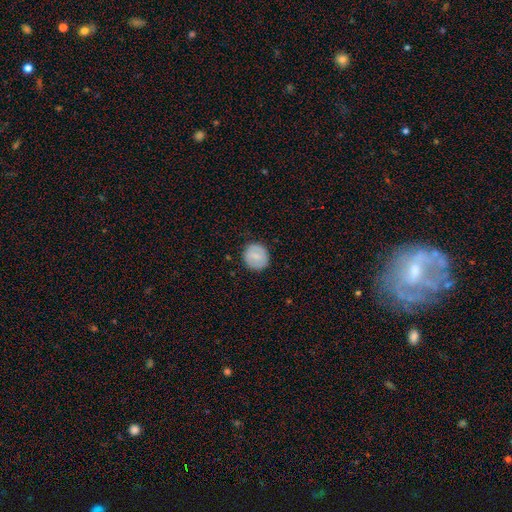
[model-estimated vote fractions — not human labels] Smooth or featured: smooth — 76% (featured or disk — 17%)
How rounded: round — 89% (in between — 10%)
Merging: none — 88% (minor disturbance — 9%)